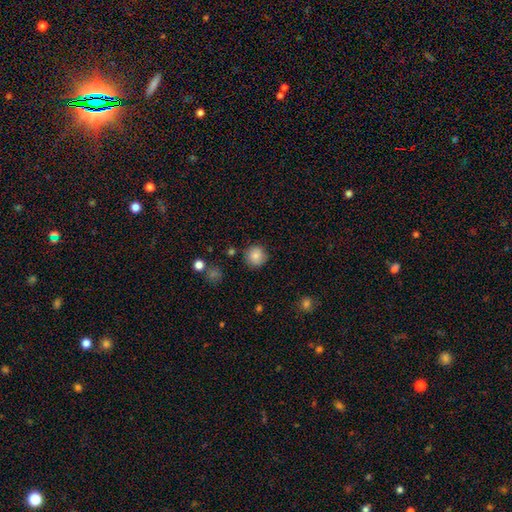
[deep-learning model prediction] smooth_or_featured: smooth (p=0.84) [alt: star or artifact p=0.09]
how_rounded: round (p=0.94) [alt: in between p=0.05]
merging: none (p=0.86) [alt: minor disturbance p=0.09]